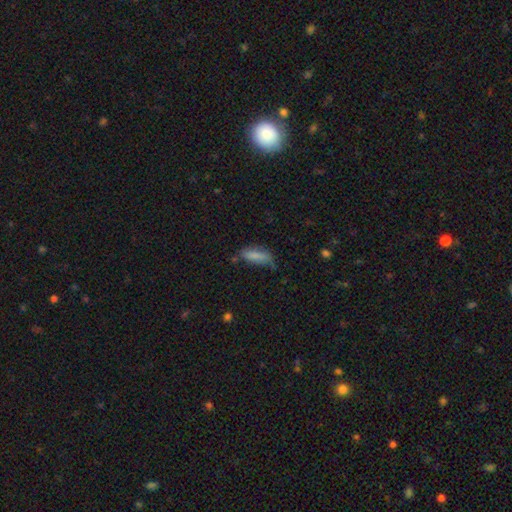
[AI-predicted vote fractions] Smooth or featured? smooth (75%)
How rounded? in between (66%)
Merging? none (44%)